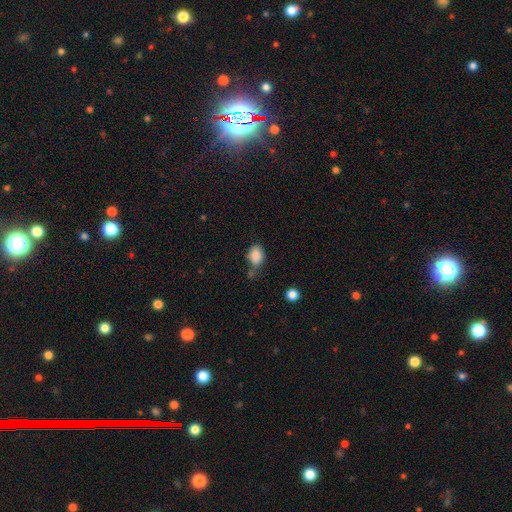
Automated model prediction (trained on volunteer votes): smooth 87%, star or artifact 9%, featured or disk 4%. Down the decision tree: how rounded — in between (71%); merging — none (55%).